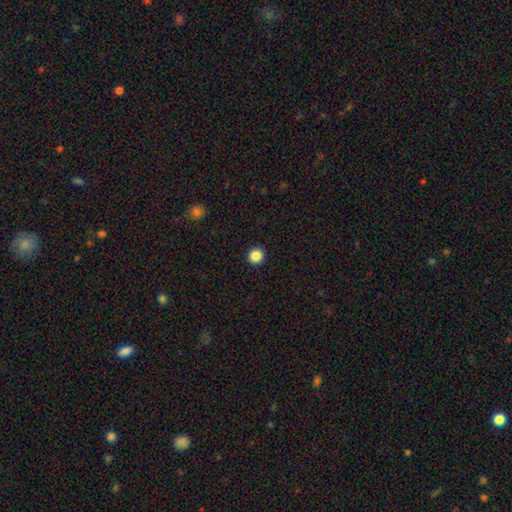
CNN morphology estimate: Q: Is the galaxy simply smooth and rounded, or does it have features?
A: smooth — 86%.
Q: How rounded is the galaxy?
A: round — 94%.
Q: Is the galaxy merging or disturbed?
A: none — 94%.